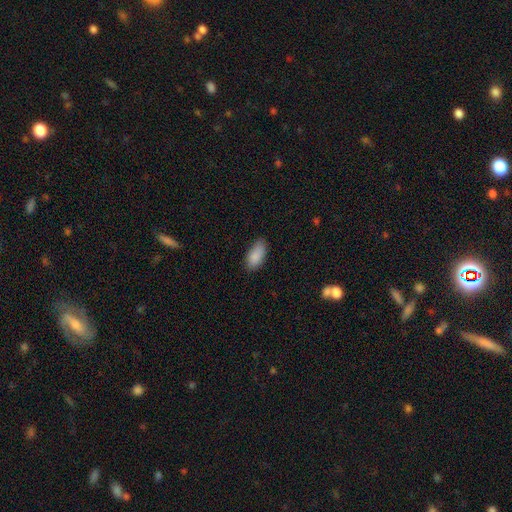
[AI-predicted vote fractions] Q: Smooth or featured?
A: smooth (88%); runner-up: star or artifact (7%)
Q: How rounded?
A: in between (91%); runner-up: cigar-shaped (7%)
Q: Merging?
A: none (80%); runner-up: minor disturbance (16%)